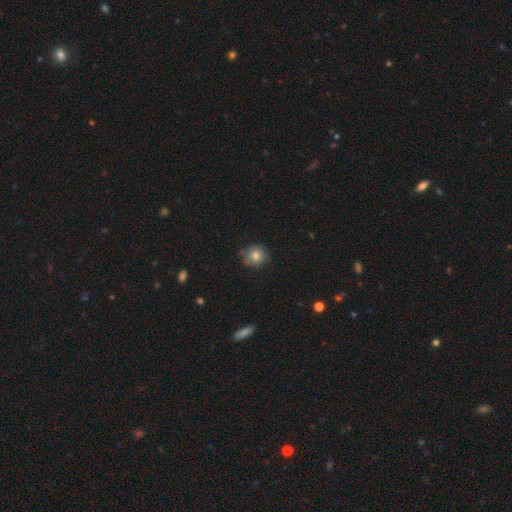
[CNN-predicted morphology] type=smooth (77%); roundness=round (86%); merging=none (77%).